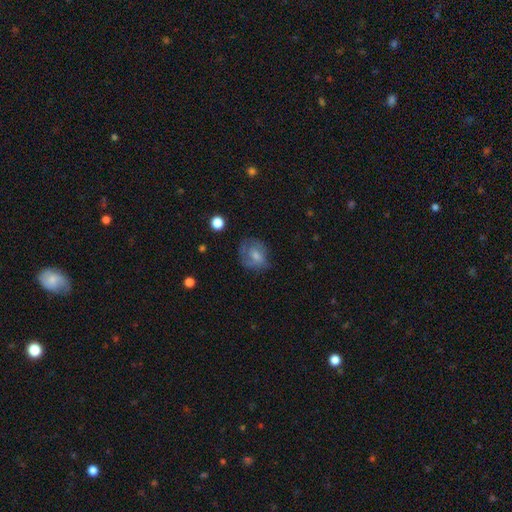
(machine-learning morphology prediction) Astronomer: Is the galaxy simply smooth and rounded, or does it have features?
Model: smooth — 57% (runner-up: featured or disk, 34%).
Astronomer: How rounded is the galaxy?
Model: round — 59% (runner-up: in between, 40%).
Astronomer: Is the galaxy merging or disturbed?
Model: none — 55%.